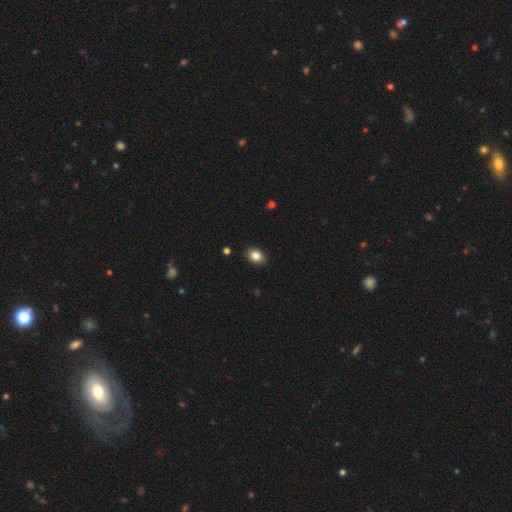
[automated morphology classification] Q: Smooth or featured?
A: smooth (84%); runner-up: star or artifact (9%)
Q: How rounded?
A: in between (81%); runner-up: round (18%)
Q: Merging?
A: none (89%); runner-up: minor disturbance (8%)